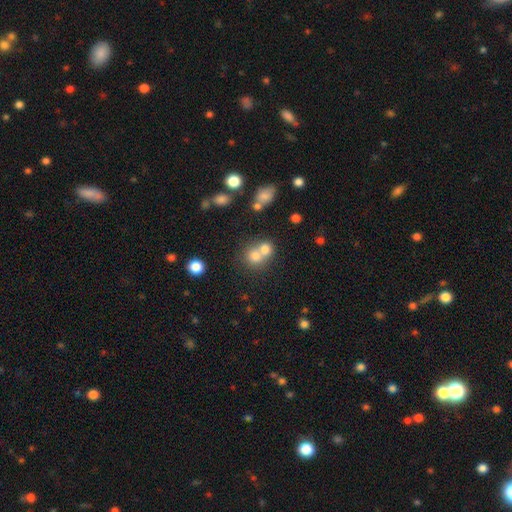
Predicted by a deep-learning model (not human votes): Smooth or featured? Predicted: smooth (p=0.73). How rounded? Predicted: round (p=0.80). Merging? Predicted: merger (p=0.57).